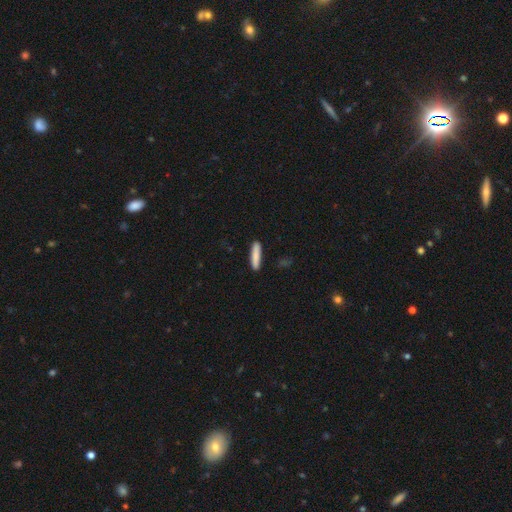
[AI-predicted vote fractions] This is clearly a smooth galaxy (86%). How rounded: clearly cigar-shaped (88%). Merging: clearly none (90%).